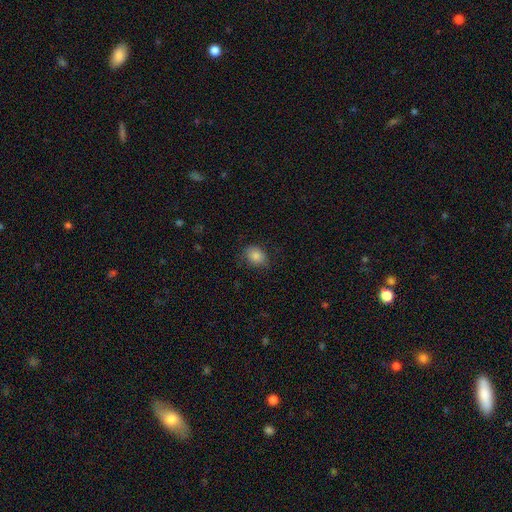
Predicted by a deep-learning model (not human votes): Smooth or featured?
  - smooth: 85% *
  - star or artifact: 9%
  - featured or disk: 6%
How rounded?
  - in between: 52% *
  - round: 48%
  - cigar-shaped: 1%
Merging?
  - none: 74% *
  - minor disturbance: 20%
  - major disturbance: 5%
  - merger: 1%